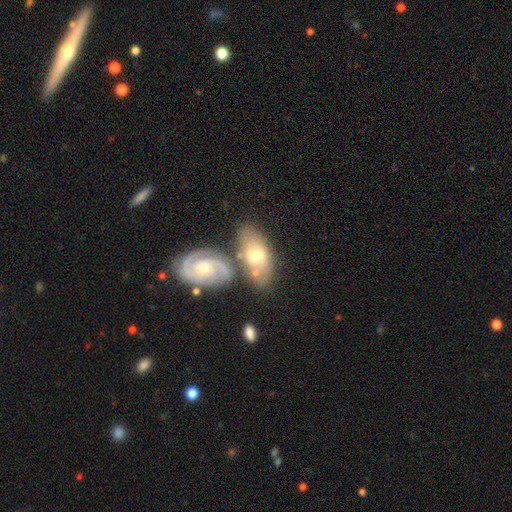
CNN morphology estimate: Smooth or featured? featured or disk (57%)
Edge-on disk? no (89%)
Bar? no (71%)
Spiral arms? yes (77%)
Bulge size? moderate (60%)
Merging? none (48%)